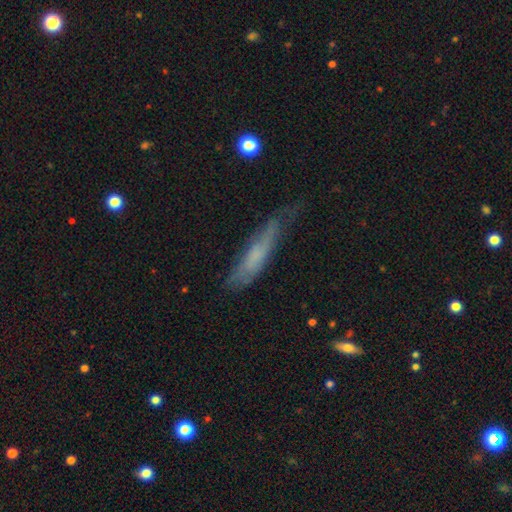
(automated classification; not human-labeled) This is possibly a smooth galaxy (55%). How rounded: clearly cigar-shaped (81%). Merging: possibly none (49%).